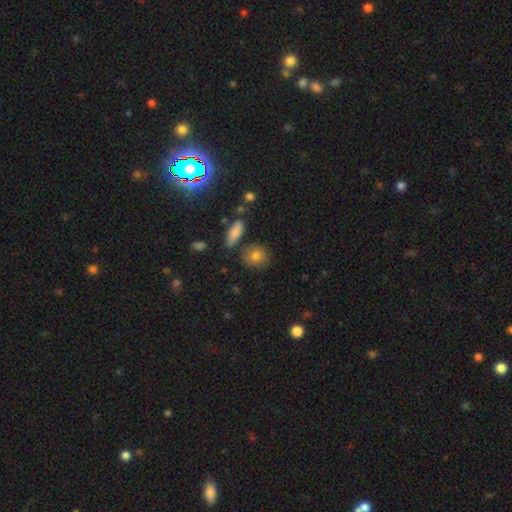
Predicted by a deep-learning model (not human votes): Smooth or featured? Predicted: smooth (p=0.79). How rounded? Predicted: round (p=0.70). Merging? Predicted: none (p=0.77).